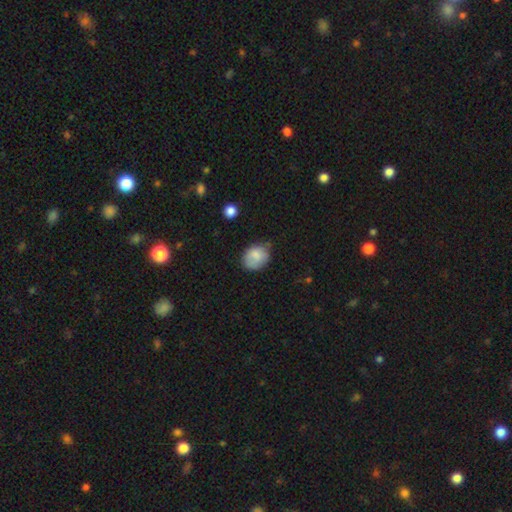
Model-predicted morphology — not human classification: smooth-or-featured: smooth: 78% | featured or disk: 14% | star or artifact: 8%
  how-rounded: in between: 53% | round: 46% | cigar-shaped: 1%
  merging: none: 58% | minor disturbance: 32% | major disturbance: 8% | merger: 3%